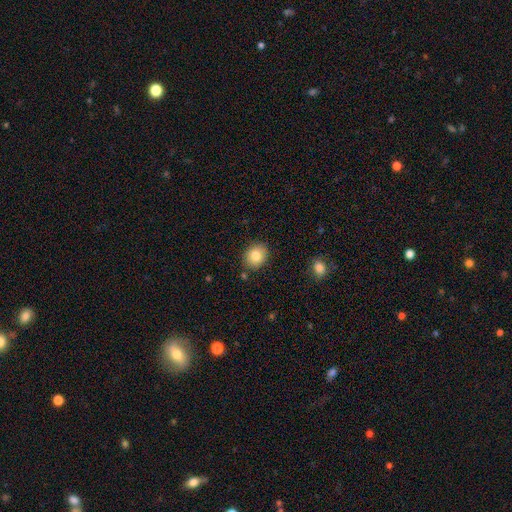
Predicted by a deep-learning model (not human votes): Smooth or featured?
  - smooth: 82% *
  - featured or disk: 9%
  - star or artifact: 9%
How rounded?
  - round: 58% *
  - in between: 41%
  - cigar-shaped: 1%
Merging?
  - none: 85% *
  - minor disturbance: 10%
  - merger: 2%
  - major disturbance: 2%